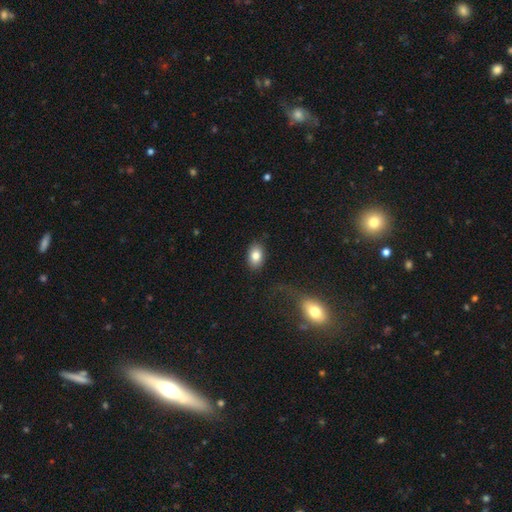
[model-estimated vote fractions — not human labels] Q: Smooth or featured?
A: smooth (82%); runner-up: featured or disk (10%)
Q: How rounded?
A: in between (85%); runner-up: round (14%)
Q: Merging?
A: none (86%); runner-up: minor disturbance (9%)